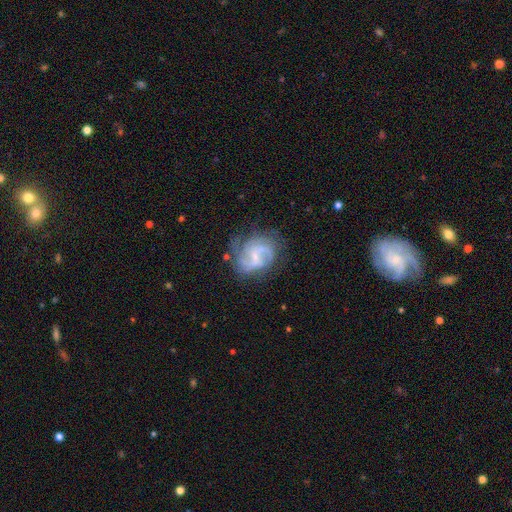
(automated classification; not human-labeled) smooth-or-featured: featured or disk: 81% | smooth: 12% | star or artifact: 7%
  disk-edge-on: no: 98% | yes: 2%
    bar: weak: 53% | no: 34% | strong: 13%
    has-spiral-arms: yes: 92% | no: 8%
      spiral-winding: medium: 48% | loose: 28% | tight: 24%
      spiral-arm-count: 2: 53% | can't tell: 18% | 3: 17% | 1: 5% | 4: 4% | more than 4: 3%
    bulge-size: small: 63% | moderate: 22% | none: 12% | large: 2% | dominant: 1%
  merging: none: 61% | minor disturbance: 22% | major disturbance: 14% | merger: 3%